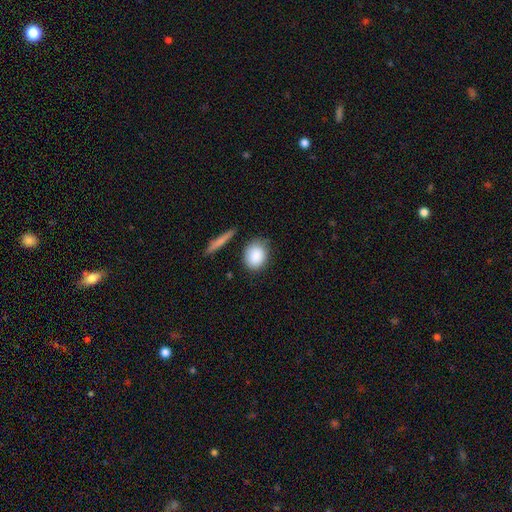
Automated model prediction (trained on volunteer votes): Overall: smooth (88%). How rounded: round (57%; in between 41%). Merging: none (75%).